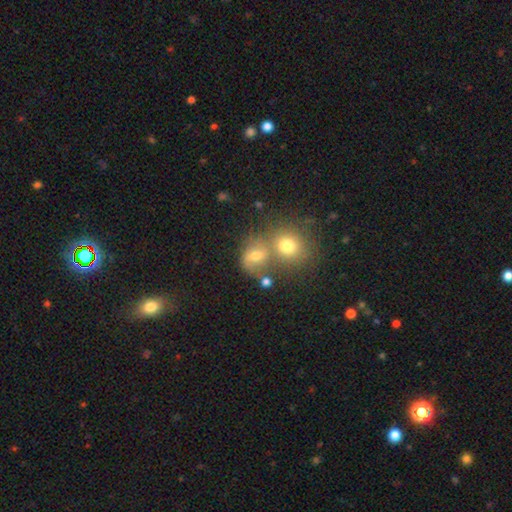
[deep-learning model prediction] The model was most divided on "merging": merger: 42%, none: 38%, minor disturbance: 12%, major disturbance: 8%. More confident: how rounded — round (65%); smooth or featured — smooth (63%).